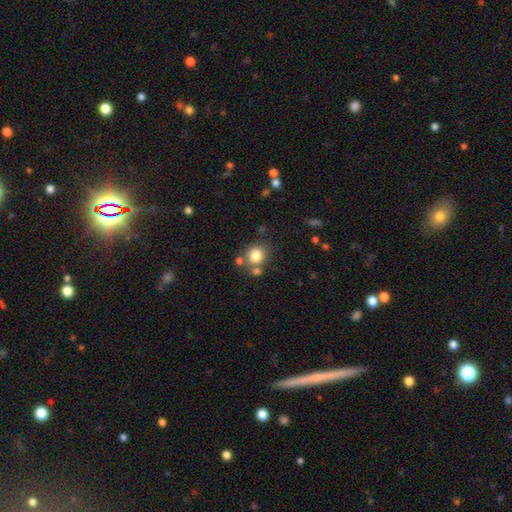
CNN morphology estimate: smooth-or-featured: smooth: 81% | star or artifact: 11% | featured or disk: 8%
  how-rounded: round: 76% | in between: 23% | cigar-shaped: 1%
  merging: none: 66% | merger: 18% | minor disturbance: 12% | major disturbance: 5%